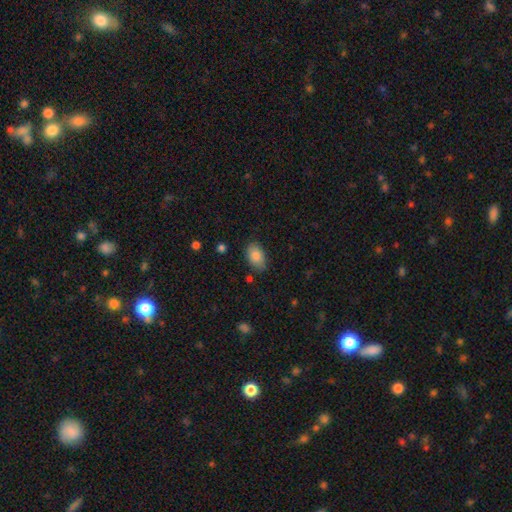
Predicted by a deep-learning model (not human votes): smooth-or-featured: smooth: 83% | featured or disk: 10% | star or artifact: 7%
  how-rounded: in between: 91% | round: 8% | cigar-shaped: 1%
  merging: none: 82% | minor disturbance: 14% | major disturbance: 3% | merger: 2%